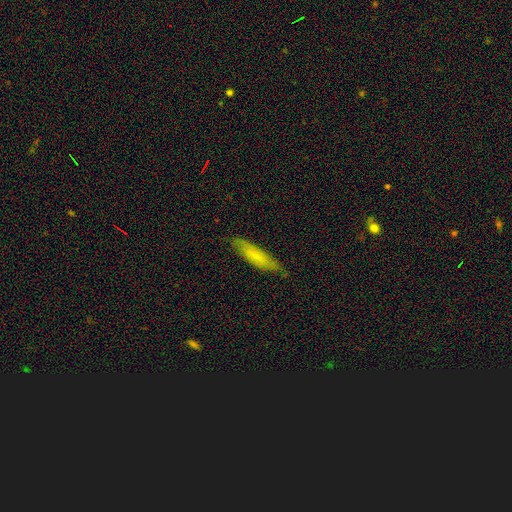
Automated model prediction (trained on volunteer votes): Overall: smooth (67%; featured or disk 27%). How rounded: cigar-shaped (74%). Merging: none (79%).